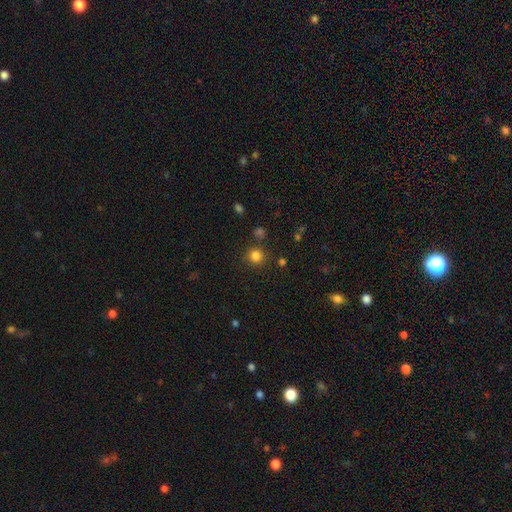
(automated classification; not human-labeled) Smooth or featured: smooth — 81% (star or artifact — 14%)
How rounded: round — 93% (in between — 6%)
Merging: none — 86% (minor disturbance — 7%)